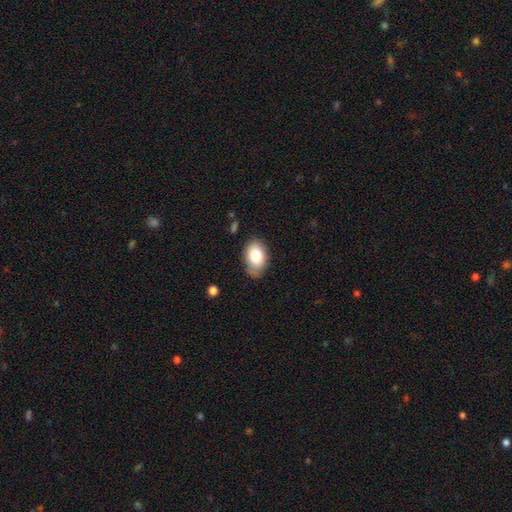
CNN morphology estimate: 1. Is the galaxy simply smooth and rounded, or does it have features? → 80% smooth, 13% featured or disk, 7% star or artifact.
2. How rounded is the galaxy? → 87% in between, 12% round, 1% cigar-shaped.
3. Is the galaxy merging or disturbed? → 72% none, 22% minor disturbance, 5% major disturbance, 2% merger.